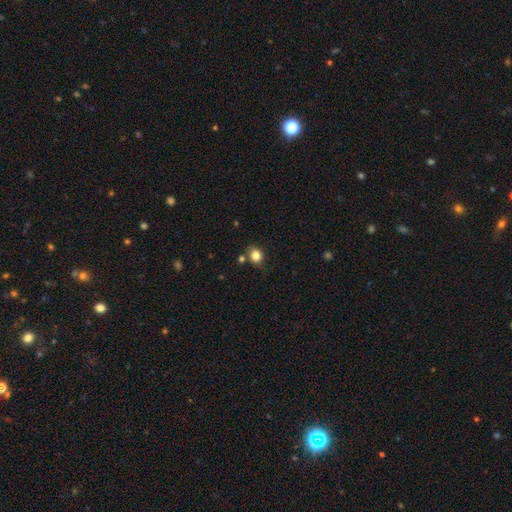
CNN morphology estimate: The model was most divided on "how rounded": round: 64%, in between: 35%, cigar-shaped: 1%. More confident: smooth or featured — smooth (82%); merging — none (77%).